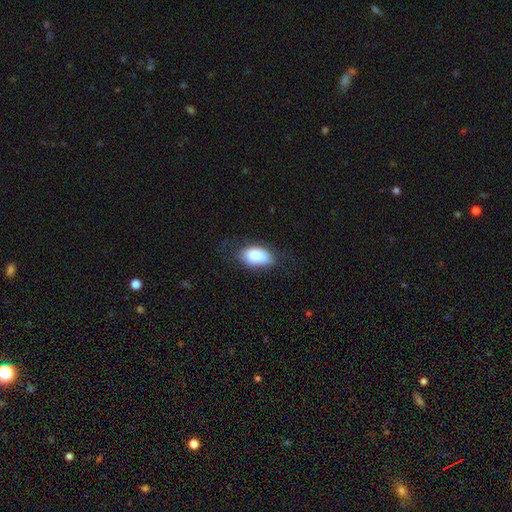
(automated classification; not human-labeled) This appears to be a smooth galaxy with no disk features (82%) that is in between round and cigar-shaped (93%). Merging: none (67%).